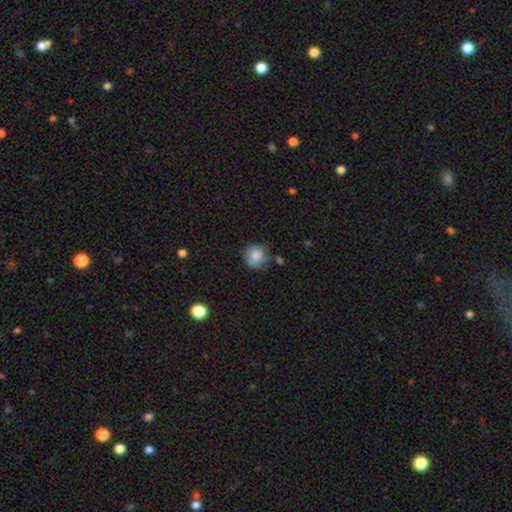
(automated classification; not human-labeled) Smooth or featured? Predicted: smooth (p=0.82). How rounded? Predicted: round (p=0.91). Merging? Predicted: none (p=0.71).